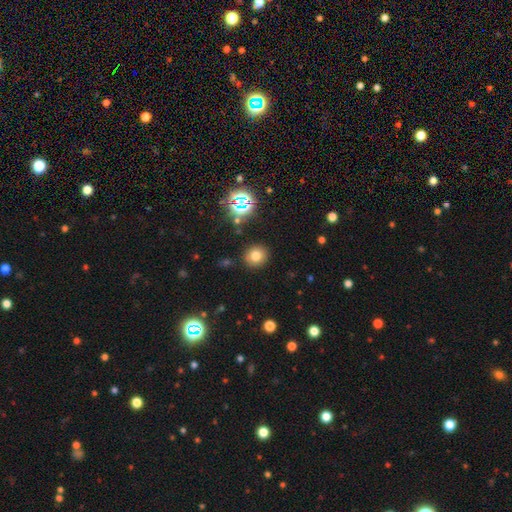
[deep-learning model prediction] smooth_or_featured: smooth (p=0.73) [alt: star or artifact p=0.18]
how_rounded: round (p=0.86) [alt: in between p=0.13]
merging: none (p=0.88) [alt: minor disturbance p=0.07]